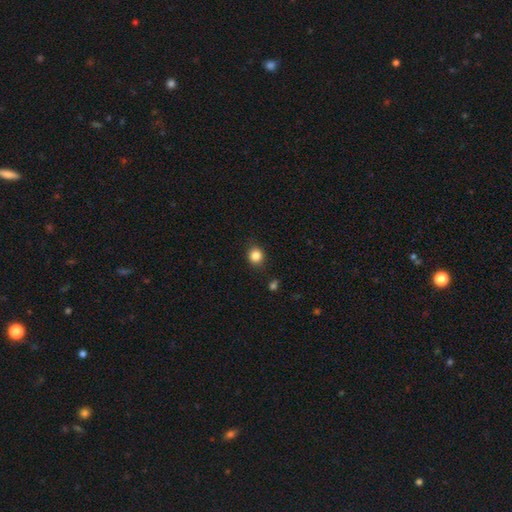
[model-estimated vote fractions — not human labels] Smooth or featured?
  - smooth: 84% *
  - star or artifact: 11%
  - featured or disk: 5%
How rounded?
  - round: 78% *
  - in between: 21%
  - cigar-shaped: 1%
Merging?
  - none: 86% *
  - minor disturbance: 10%
  - major disturbance: 3%
  - merger: 2%